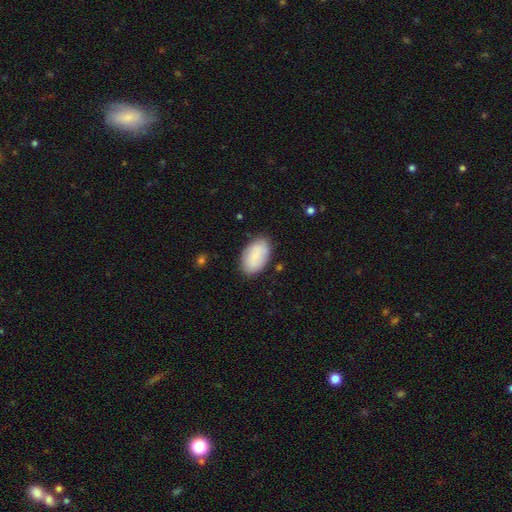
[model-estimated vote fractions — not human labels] smooth_or_featured: smooth (p=0.83) [alt: featured or disk p=0.11]
how_rounded: in between (p=0.94) [alt: round p=0.05]
merging: none (p=0.82) [alt: minor disturbance p=0.13]